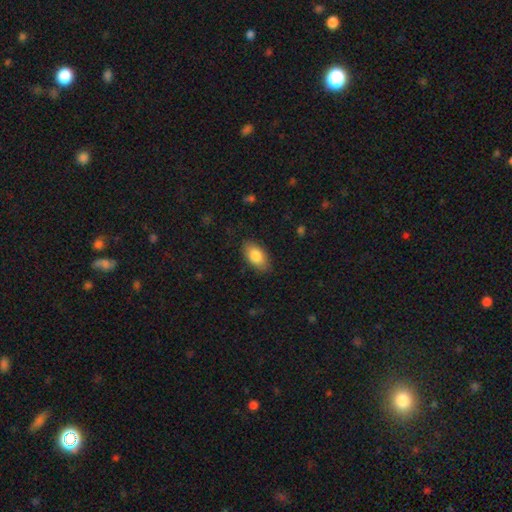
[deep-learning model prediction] smooth_or_featured: smooth (p=0.84) [alt: featured or disk p=0.10]
how_rounded: in between (p=0.93) [alt: round p=0.04]
merging: none (p=0.85) [alt: minor disturbance p=0.11]